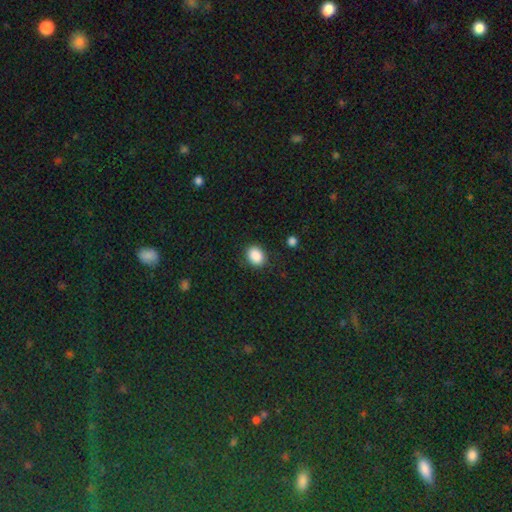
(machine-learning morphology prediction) Q: Smooth or featured?
A: smooth (88%); runner-up: star or artifact (9%)
Q: How rounded?
A: in between (62%); runner-up: round (37%)
Q: Merging?
A: none (86%); runner-up: minor disturbance (10%)